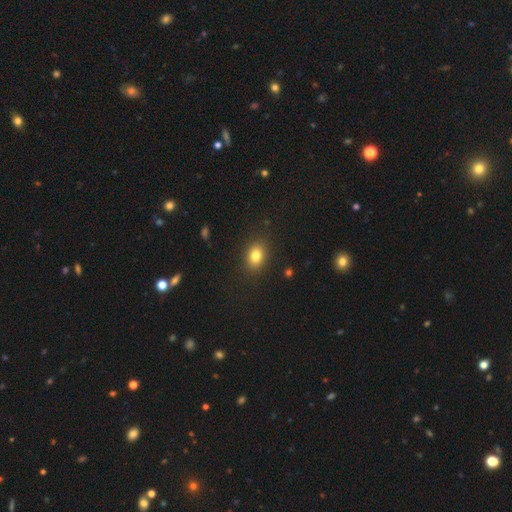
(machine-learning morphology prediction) Overall: smooth (81%). How rounded: in between (65%; round 34%). Merging: none (87%).